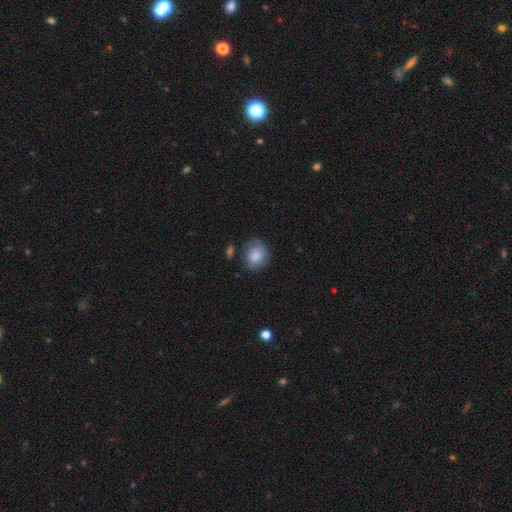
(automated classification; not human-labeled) Smooth or featured? smooth (77%)
How rounded? round (56%)
Merging? none (60%)